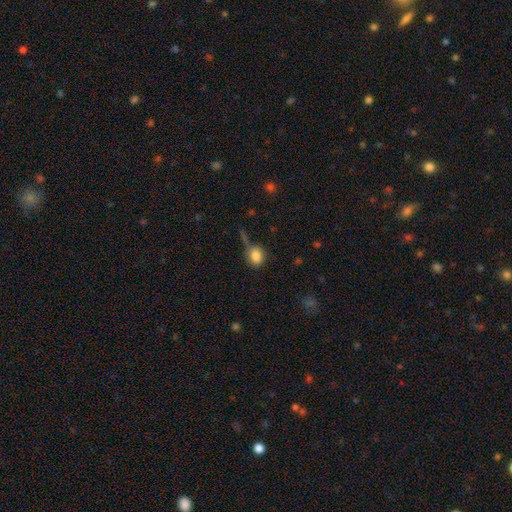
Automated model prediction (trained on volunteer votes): Smooth or featured? smooth (83%)
How rounded? in between (50%)
Merging? none (54%)